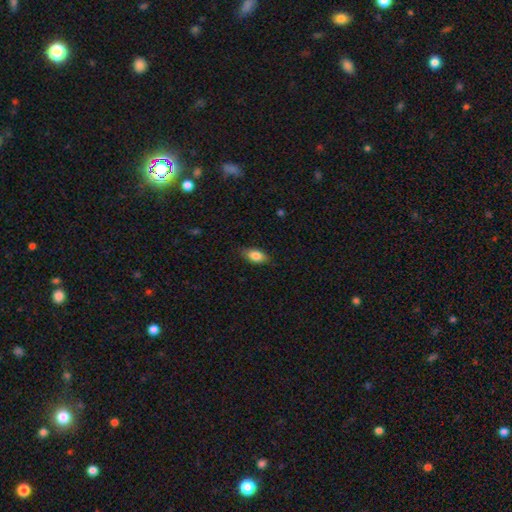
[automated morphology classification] Smooth or featured? smooth (82%)
How rounded? in between (88%)
Merging? none (83%)